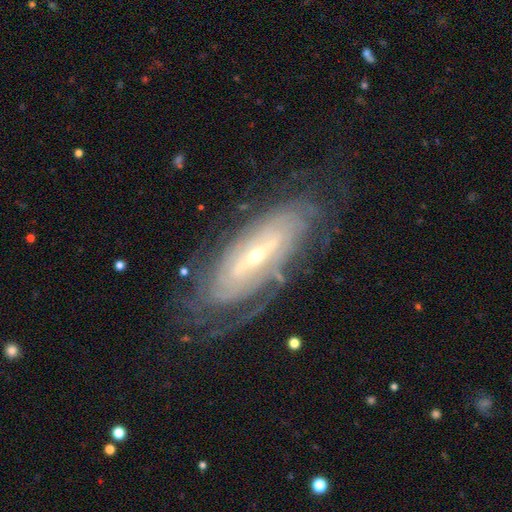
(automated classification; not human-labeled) Smooth or featured: featured or disk — 86% (smooth — 8%)
Edge-on disk: no — 87% (yes — 13%)
Bar: strong — 36% (weak — 35%)
Spiral arms: yes — 93% (no — 7%)
Spiral winding: tight — 74% (medium — 20%)
Spiral arm count: can't tell — 51% (2 — 16%)
Bulge size: small — 68% (moderate — 29%)
Merging: none — 73% (minor disturbance — 17%)